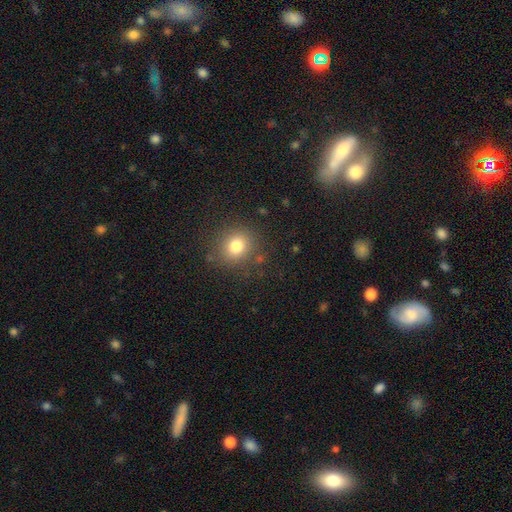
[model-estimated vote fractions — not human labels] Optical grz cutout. It shows a smooth galaxy with no disk features (53%) that is round (88%). Merging: none (85%).